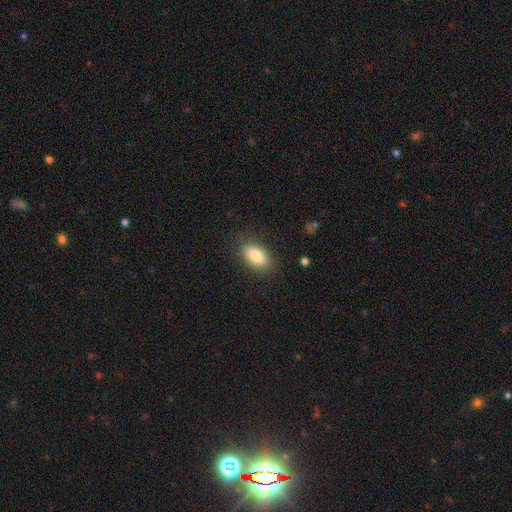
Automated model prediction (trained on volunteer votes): Smooth or featured? smooth (80%)
How rounded? in between (89%)
Merging? none (84%)